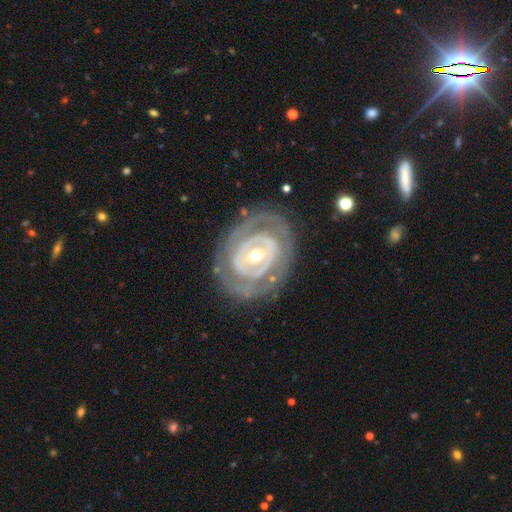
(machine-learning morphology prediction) Overall: featured or disk (80%). Edge-on disk: no (95%). Bar: no (48%; weak 31%). Spiral arms: yes (50%, tied with no). Bulge size: small (49%; moderate 46%). Merging: none (75%).